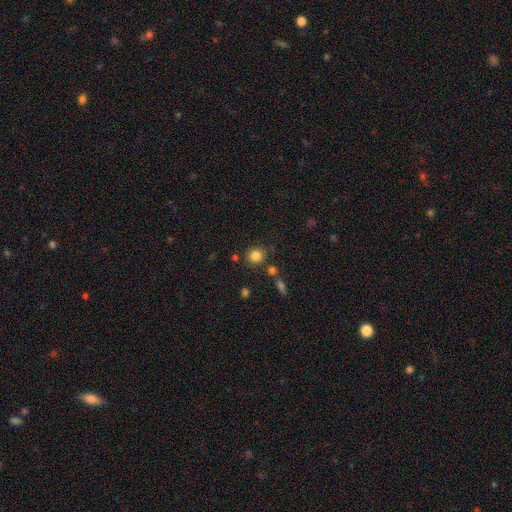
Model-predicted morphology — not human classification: The model was most divided on "smooth or featured": smooth: 83%, star or artifact: 12%, featured or disk: 5%. More confident: how rounded — round (88%); merging — none (81%).